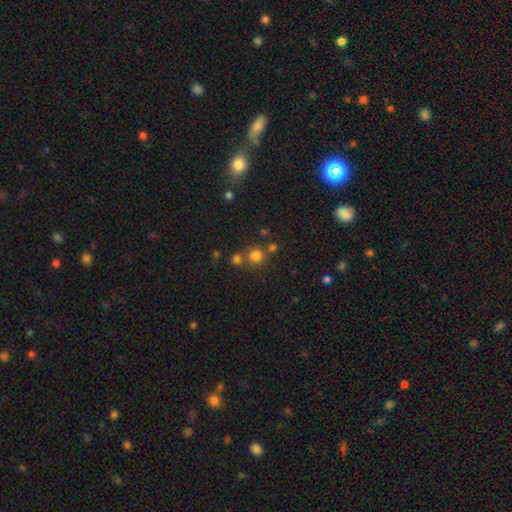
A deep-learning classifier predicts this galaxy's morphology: This is likely a smooth galaxy (76%). How rounded: clearly round (92%). Merging: likely none (70%).